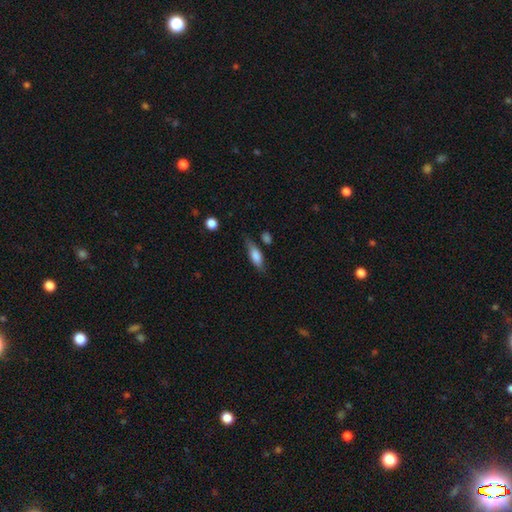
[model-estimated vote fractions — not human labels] The model was most divided on "how rounded": in between: 60%, cigar-shaped: 37%, round: 4%. More confident: smooth or featured — smooth (69%); merging — none (69%).